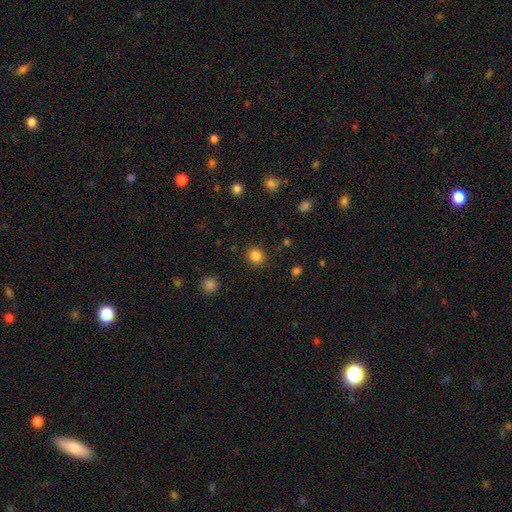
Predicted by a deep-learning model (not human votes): A smooth galaxy with no disk features (85%) that is round (86%). Merging: none (90%).